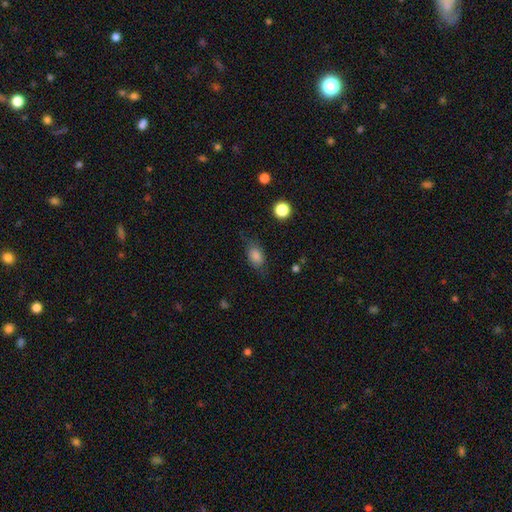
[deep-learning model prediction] A smooth galaxy with no disk features (82%) that is in between round and cigar-shaped (82%).

Vote fractions:
- Smooth or featured? smooth: 82% / featured or disk: 9% / star or artifact: 9%
- How rounded? in between: 82% / round: 15% / cigar-shaped: 3%
- Merging? none: 67% / minor disturbance: 23% / major disturbance: 8% / merger: 2%